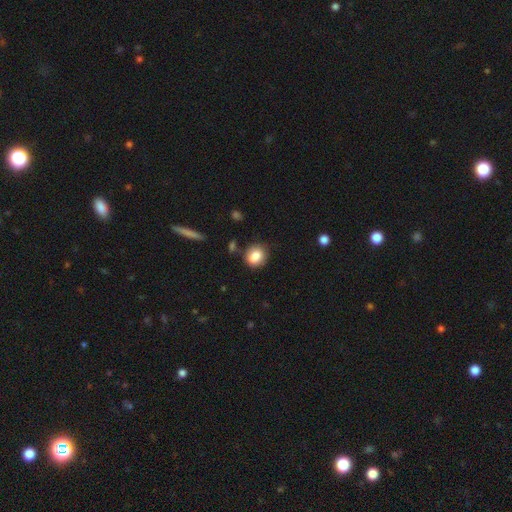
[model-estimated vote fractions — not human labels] This appears to be a smooth galaxy with no disk features (84%) that is round (63%). Merging: none (77%).